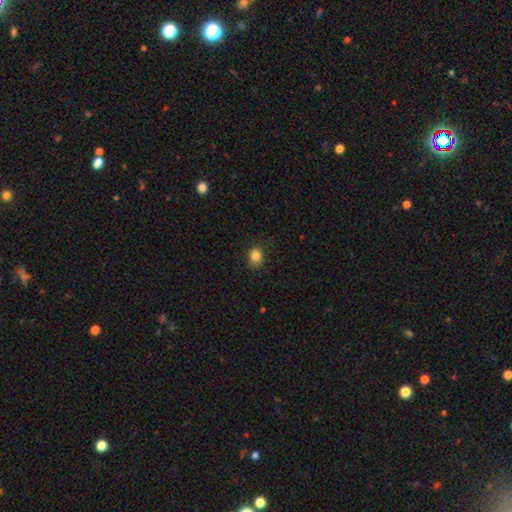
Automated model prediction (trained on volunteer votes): smooth_or_featured: smooth (p=0.84) [alt: star or artifact p=0.11]
how_rounded: round (p=0.59) [alt: in between p=0.40]
merging: none (p=0.83) [alt: minor disturbance p=0.13]